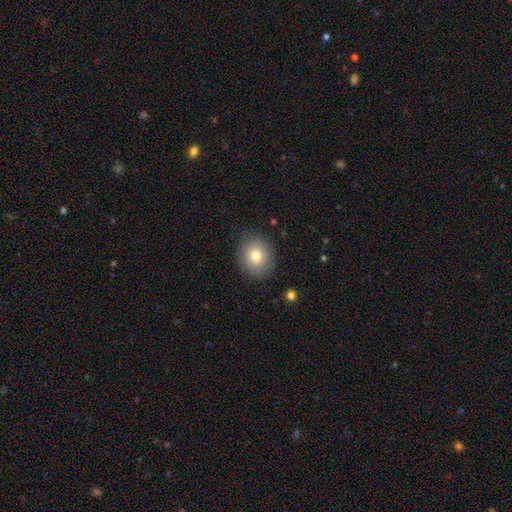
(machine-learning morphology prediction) smooth-or-featured: smooth: 78% | featured or disk: 12% | star or artifact: 10%
  how-rounded: round: 71% | in between: 28% | cigar-shaped: 1%
  merging: none: 86% | minor disturbance: 10% | major disturbance: 3% | merger: 1%